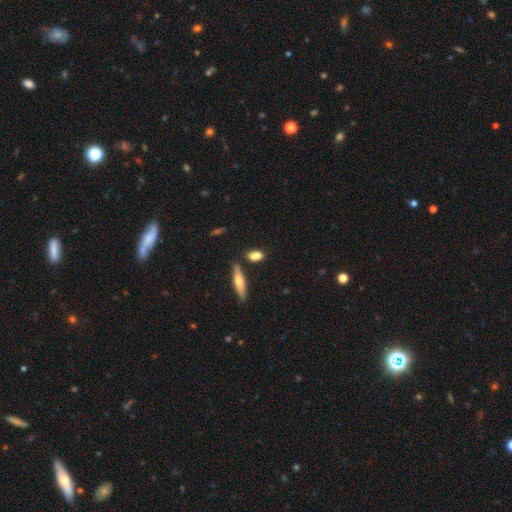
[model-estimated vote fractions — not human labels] Smooth or featured: smooth — 78% (featured or disk — 14%)
How rounded: in between — 69% (cigar-shaped — 21%)
Merging: none — 73% (minor disturbance — 14%)